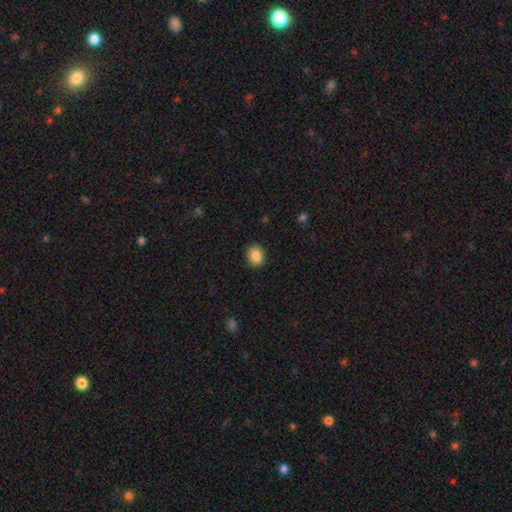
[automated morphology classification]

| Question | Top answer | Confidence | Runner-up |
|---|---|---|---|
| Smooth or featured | smooth | 87% | star or artifact (9%) |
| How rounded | round | 63% | in between (36%) |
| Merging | none | 90% | minor disturbance (7%) |